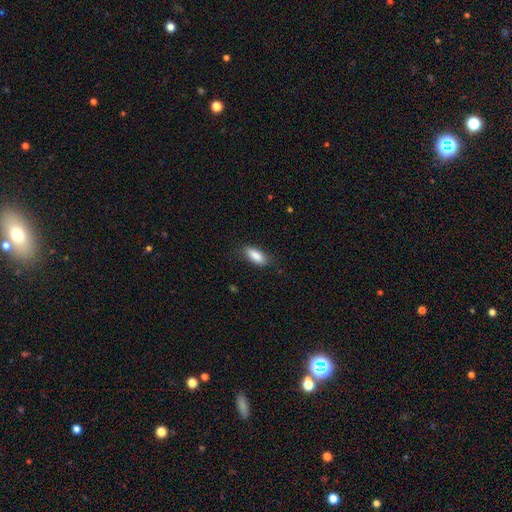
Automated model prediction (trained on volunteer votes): Overall: smooth (87%). How rounded: in between (76%). Merging: none (79%).